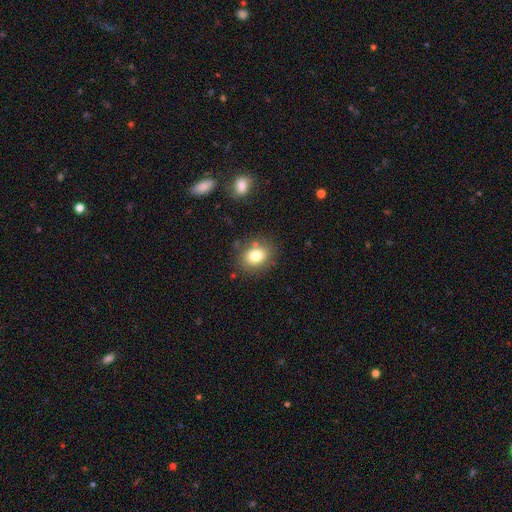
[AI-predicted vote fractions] smooth-or-featured: smooth: 79% | featured or disk: 11% | star or artifact: 11%
  how-rounded: in between: 52% | round: 47% | cigar-shaped: 1%
  merging: none: 78% | minor disturbance: 13% | merger: 5% | major disturbance: 4%